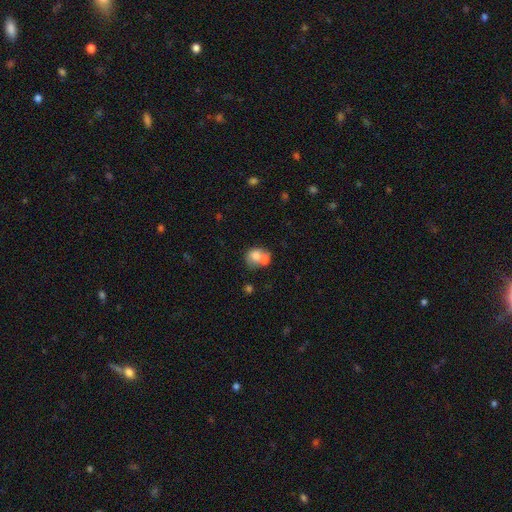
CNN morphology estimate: Q: Smooth or featured?
A: smooth (72%); runner-up: featured or disk (18%)
Q: How rounded?
A: round (64%); runner-up: in between (35%)
Q: Merging?
A: merger (55%); runner-up: none (30%)